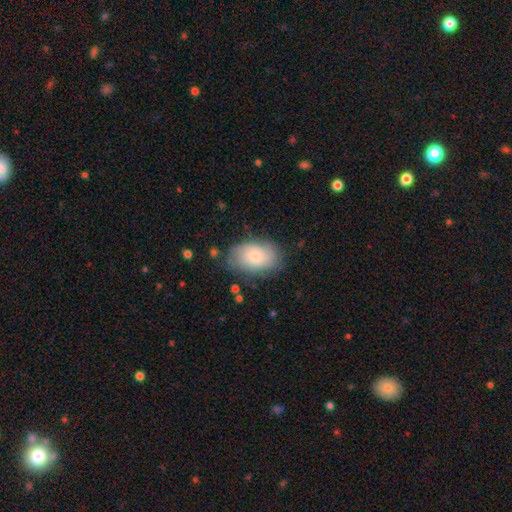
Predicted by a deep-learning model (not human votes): Smooth or featured? Predicted: smooth (p=0.58). How rounded? Predicted: in between (p=0.88). Merging? Predicted: none (p=0.71).